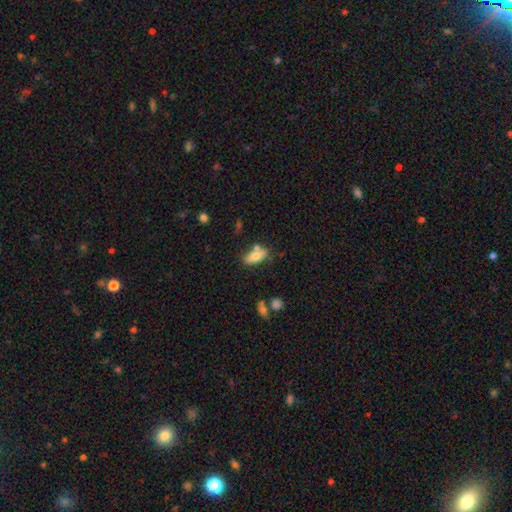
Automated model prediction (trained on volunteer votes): Q: Smooth or featured?
A: smooth (70%); runner-up: featured or disk (23%)
Q: How rounded?
A: in between (86%); runner-up: cigar-shaped (11%)
Q: Merging?
A: none (62%); runner-up: minor disturbance (18%)